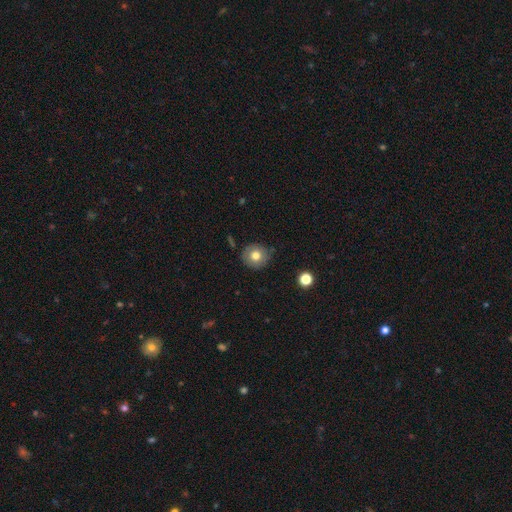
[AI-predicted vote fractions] Overall: smooth (75%). How rounded: round (89%). Merging: none (86%).